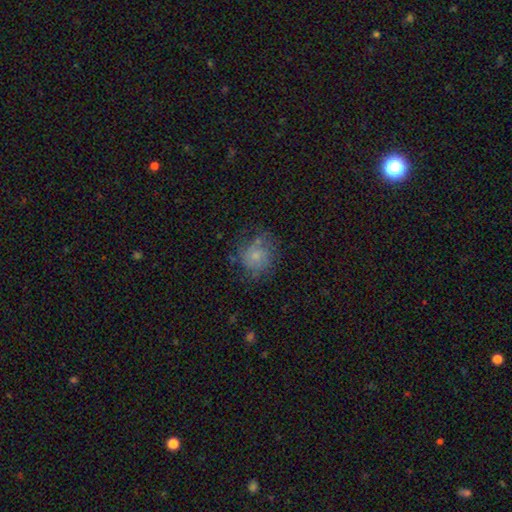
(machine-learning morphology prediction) type=smooth (55%); roundness=round (79%); merging=none (58%).